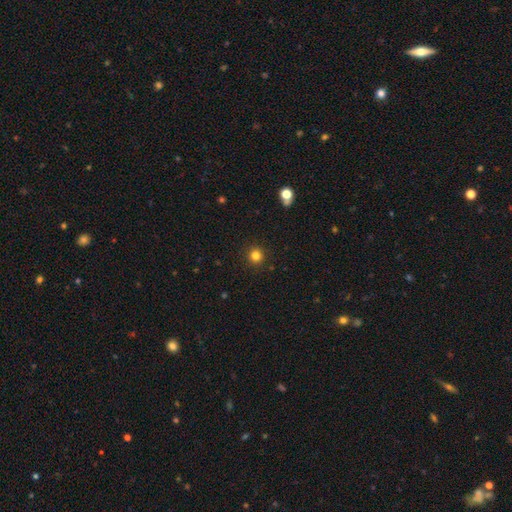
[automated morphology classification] smooth_or_featured: smooth (p=0.82) [alt: star or artifact p=0.13]
how_rounded: round (p=0.94) [alt: in between p=0.05]
merging: none (p=0.92) [alt: minor disturbance p=0.05]